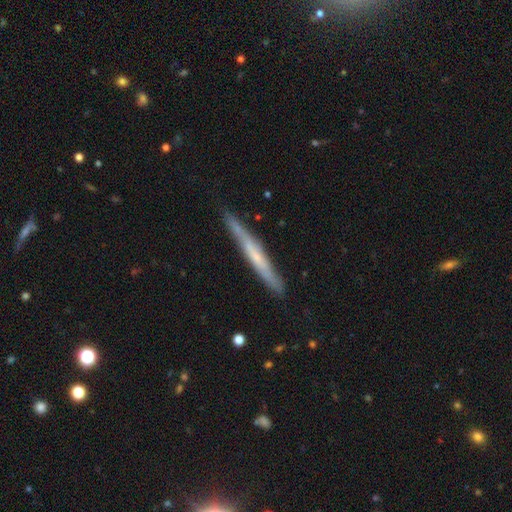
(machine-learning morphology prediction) featured or disk 55%, smooth 39%, star or artifact 6%. Down the decision tree: edge-on disk — yes (93%); edge-on bulge — none (66%); merging — none (84%).